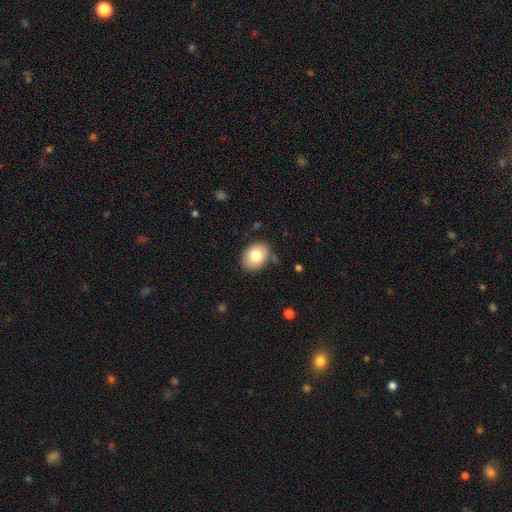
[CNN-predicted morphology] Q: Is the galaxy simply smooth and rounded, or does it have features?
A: smooth — 78%.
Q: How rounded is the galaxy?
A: in between — 66%.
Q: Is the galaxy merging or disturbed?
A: none — 83%.